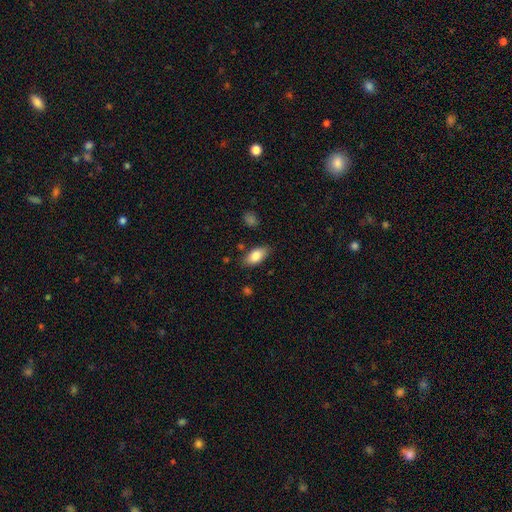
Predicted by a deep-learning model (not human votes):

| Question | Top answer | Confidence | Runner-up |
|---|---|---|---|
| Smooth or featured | smooth | 83% | featured or disk (10%) |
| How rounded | in between | 90% | cigar-shaped (6%) |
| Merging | none | 82% | minor disturbance (13%) |